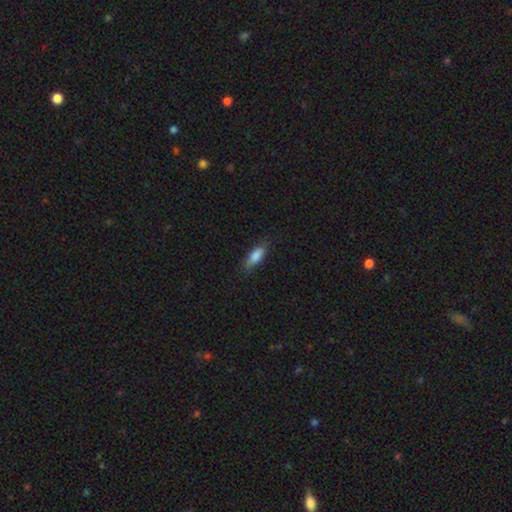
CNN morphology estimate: type=smooth (84%); roundness=in between (64%); merging=none (77%).